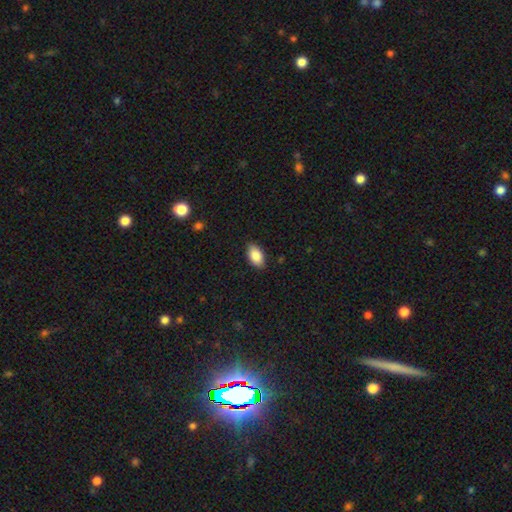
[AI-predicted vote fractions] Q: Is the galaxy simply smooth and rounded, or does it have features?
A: smooth — 87%.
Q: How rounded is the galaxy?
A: in between — 93%.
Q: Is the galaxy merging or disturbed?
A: none — 86%.